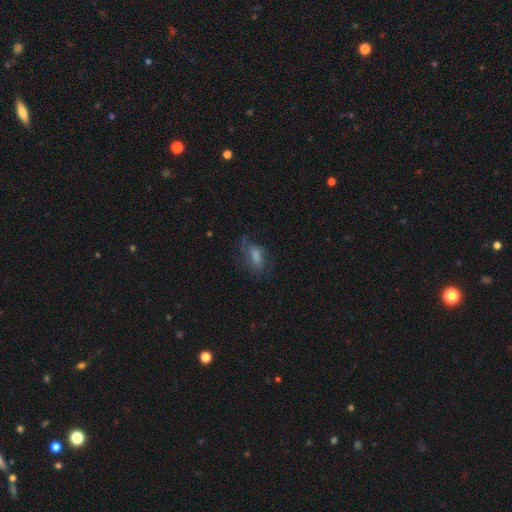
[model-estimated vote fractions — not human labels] smooth_or_featured: featured or disk (p=0.42) [alt: smooth p=0.41]
merging: none (p=0.55) [alt: minor disturbance p=0.22]